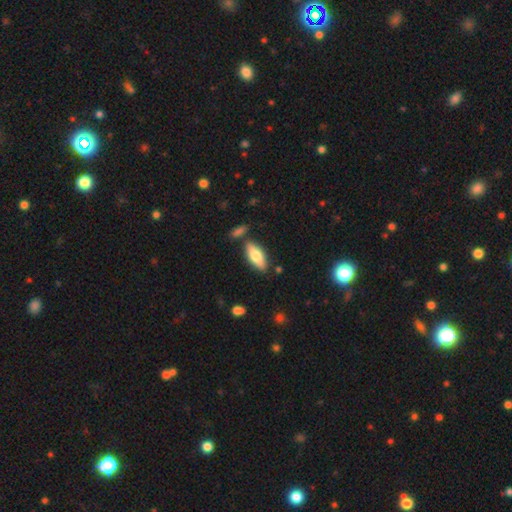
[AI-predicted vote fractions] Smooth or featured? smooth (67%)
How rounded? in between (71%)
Merging? none (79%)